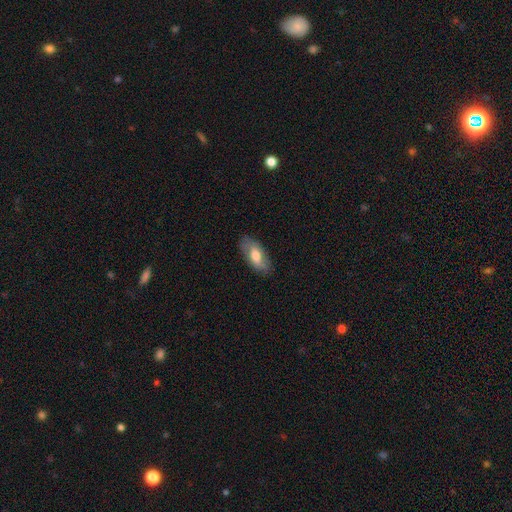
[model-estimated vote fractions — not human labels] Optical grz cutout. It shows a smooth galaxy with no disk features (61%) that is in between round and cigar-shaped (87%). Merging: none (80%).